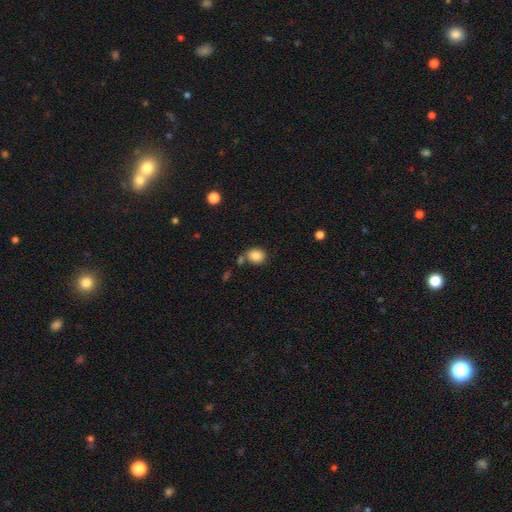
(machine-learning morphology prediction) Smooth or featured? Predicted: smooth (p=0.85). How rounded? Predicted: round (p=0.64). Merging? Predicted: none (p=0.66).